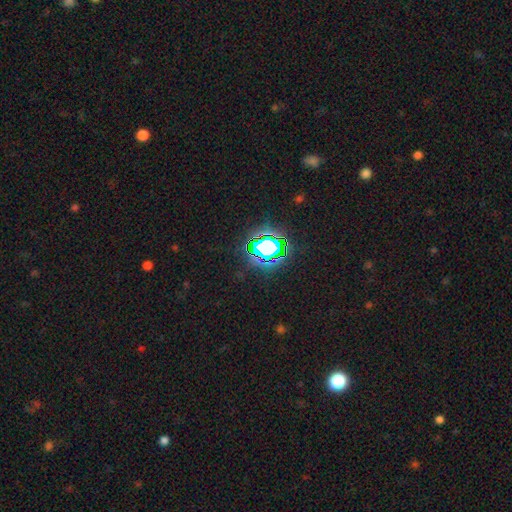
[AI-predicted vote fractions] Q: Smooth or featured?
A: star or artifact (73%); runner-up: smooth (17%)